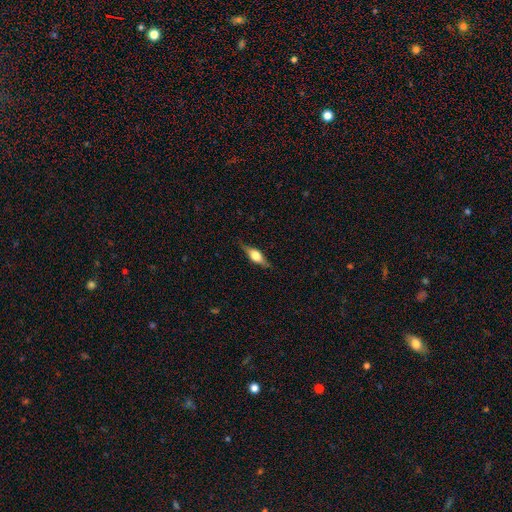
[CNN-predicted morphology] Smooth or featured?
  - featured or disk: 59% *
  - smooth: 34%
  - star or artifact: 7%
Edge-on disk?
  - yes: 94% *
  - no: 6%
Edge-on bulge?
  - rounded: 90% *
  - boxy: 8%
  - none: 2%
Merging?
  - none: 82% *
  - minor disturbance: 14%
  - major disturbance: 3%
  - merger: 1%